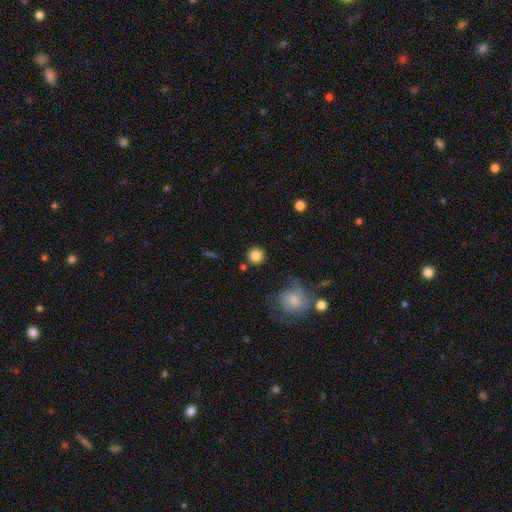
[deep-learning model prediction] Smooth or featured?
  - smooth: 84% *
  - star or artifact: 9%
  - featured or disk: 7%
How rounded?
  - round: 94% *
  - in between: 5%
  - cigar-shaped: 1%
Merging?
  - none: 85% *
  - minor disturbance: 8%
  - merger: 4%
  - major disturbance: 3%